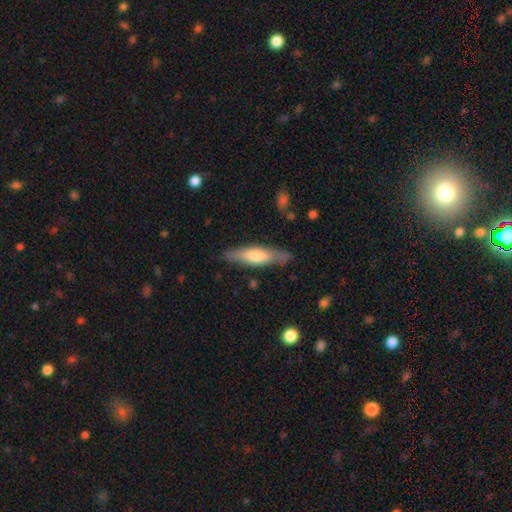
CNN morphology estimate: Smooth or featured?
  - smooth: 53% *
  - featured or disk: 41%
  - star or artifact: 5%
How rounded?
  - cigar-shaped: 74% *
  - in between: 25%
  - round: 2%
Merging?
  - none: 83% *
  - minor disturbance: 13%
  - major disturbance: 3%
  - merger: 2%